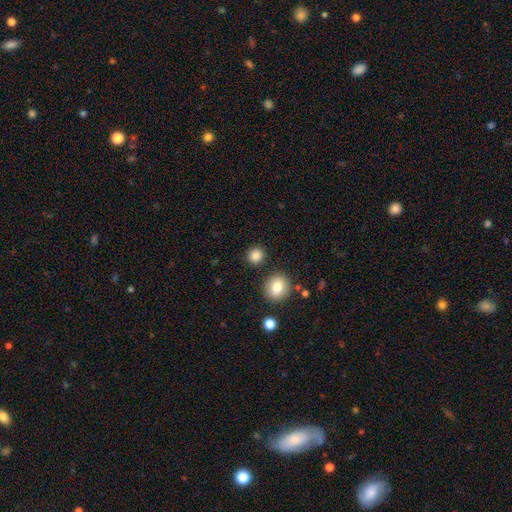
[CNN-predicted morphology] Smooth or featured? Predicted: smooth (p=0.85). How rounded? Predicted: round (p=0.89). Merging? Predicted: none (p=0.87).